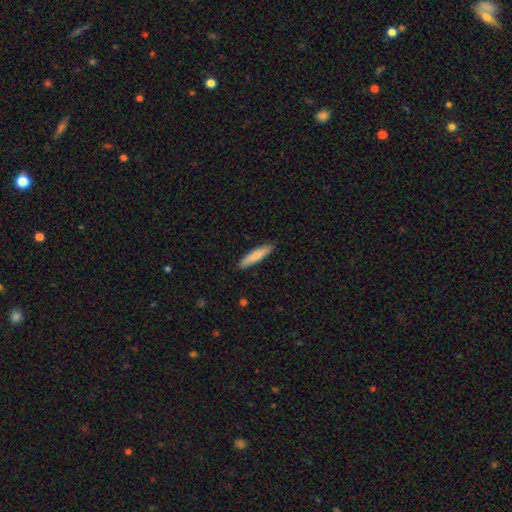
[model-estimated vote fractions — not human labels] Smooth or featured: smooth — 82% (featured or disk — 12%)
How rounded: cigar-shaped — 86% (in between — 13%)
Merging: none — 90% (minor disturbance — 8%)